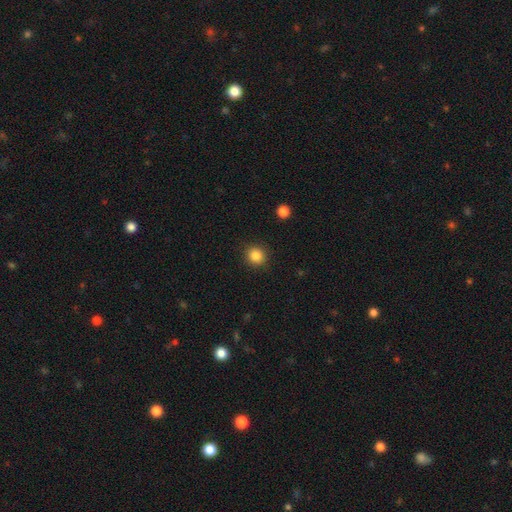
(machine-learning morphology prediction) This appears to be a smooth galaxy with no disk features (85%) that is round (89%). Merging: none (90%).